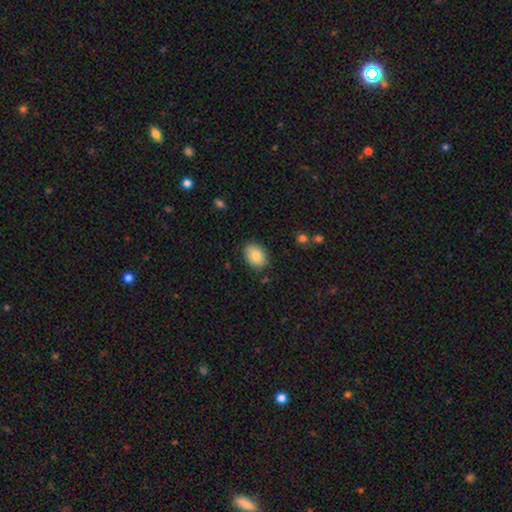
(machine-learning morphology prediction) Smooth or featured? smooth (82%)
How rounded? in between (80%)
Merging? none (85%)